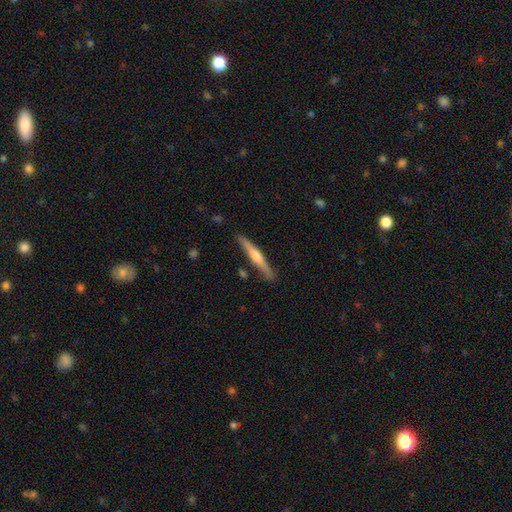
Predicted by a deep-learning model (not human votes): A featured or disk galaxy (62%) viewed edge-on (97%) with a rounded central bulge (85%). Merging: none (86%).